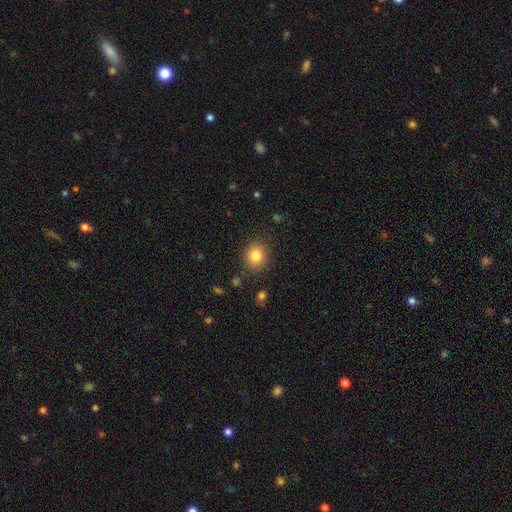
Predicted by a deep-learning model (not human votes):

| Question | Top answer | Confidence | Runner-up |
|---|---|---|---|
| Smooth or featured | smooth | 82% | star or artifact (11%) |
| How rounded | round | 80% | in between (19%) |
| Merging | none | 87% | minor disturbance (8%) |